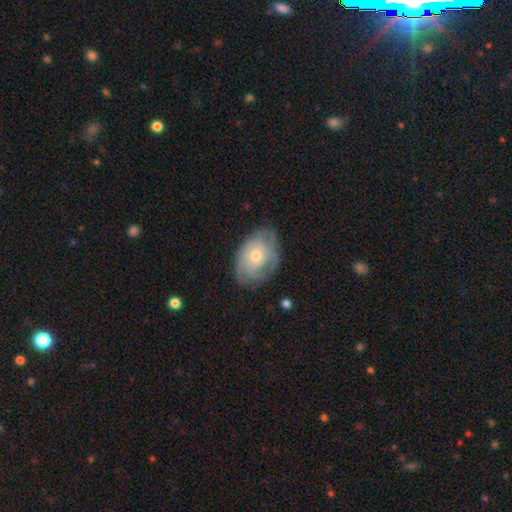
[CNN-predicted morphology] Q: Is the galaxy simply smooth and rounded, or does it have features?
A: featured or disk — 64%.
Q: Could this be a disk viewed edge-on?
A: no — 95%.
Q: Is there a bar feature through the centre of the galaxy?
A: no — 80%.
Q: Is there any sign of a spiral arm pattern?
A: yes — 82%.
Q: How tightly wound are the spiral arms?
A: tight — 61%.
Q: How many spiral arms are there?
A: can't tell — 51%.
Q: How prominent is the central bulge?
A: moderate — 57%.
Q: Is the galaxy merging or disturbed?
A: none — 69%.